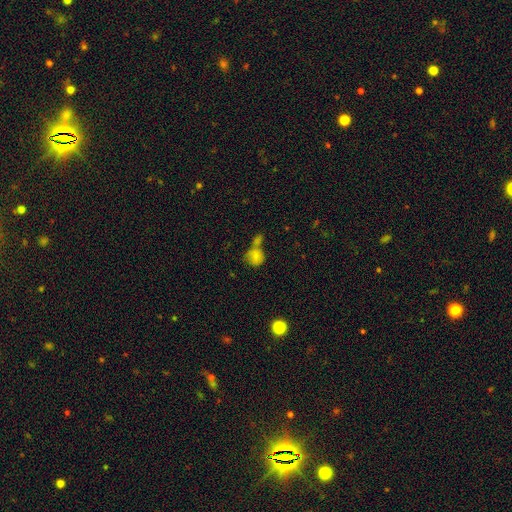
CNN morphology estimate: This appears to be a smooth galaxy with no disk features (75%) that is round (71%). Merging: merger (45%).